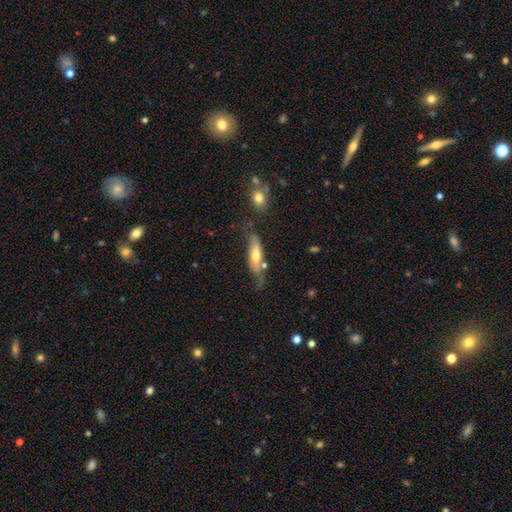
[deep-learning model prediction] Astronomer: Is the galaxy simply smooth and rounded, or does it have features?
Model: smooth — 53% (runner-up: featured or disk, 41%).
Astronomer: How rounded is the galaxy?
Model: cigar-shaped — 54% (runner-up: in between, 44%).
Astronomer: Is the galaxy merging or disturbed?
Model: none — 46% (runner-up: minor disturbance, 28%).